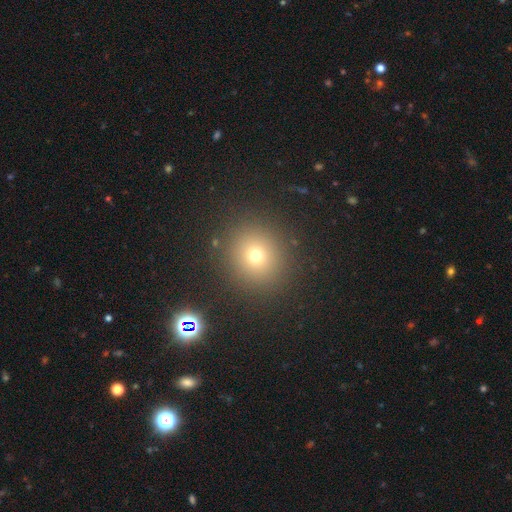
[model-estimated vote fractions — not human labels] smooth-or-featured: smooth: 70% | star or artifact: 21% | featured or disk: 10%
  how-rounded: round: 89% | in between: 10% | cigar-shaped: 1%
  merging: none: 90% | minor disturbance: 6% | major disturbance: 3% | merger: 2%